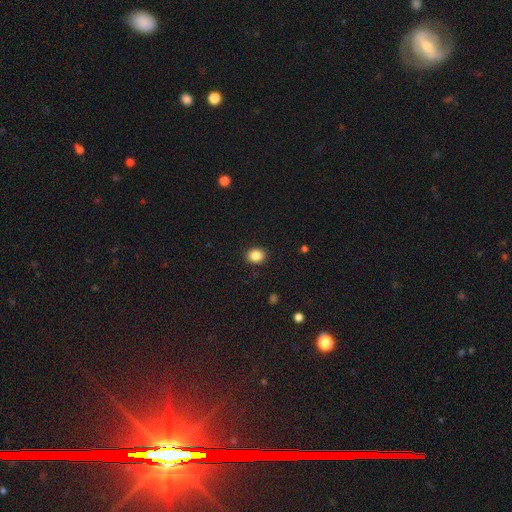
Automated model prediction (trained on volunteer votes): The model was most divided on "how rounded": round: 65%, in between: 34%, cigar-shaped: 1%. More confident: merging — none (91%); smooth or featured — smooth (86%).